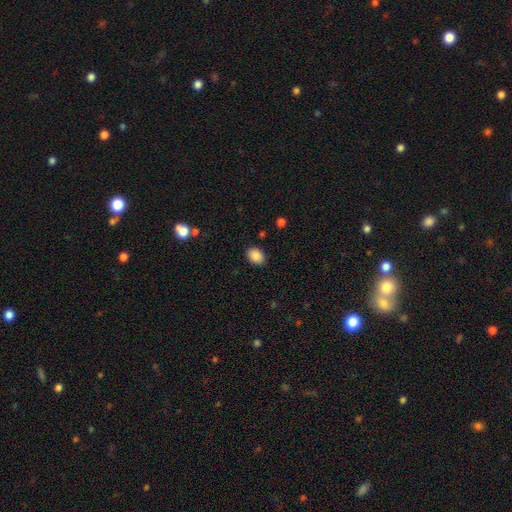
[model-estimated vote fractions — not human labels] Smooth or featured? Predicted: smooth (p=0.87). How rounded? Predicted: in between (p=0.69). Merging? Predicted: none (p=0.88).